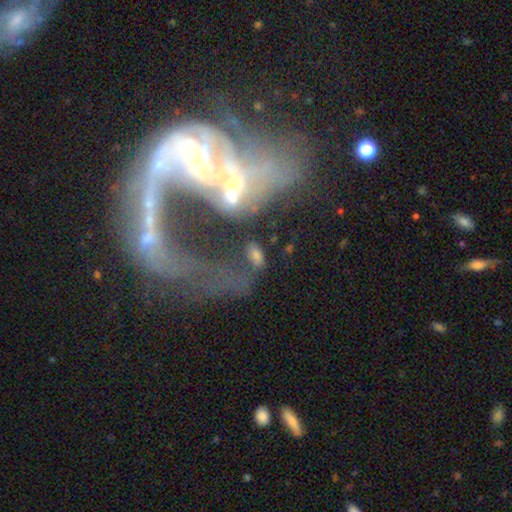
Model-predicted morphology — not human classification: This appears to be a smooth galaxy with no disk features (63%) that is in between round and cigar-shaped (87%). Merging: none (53%).